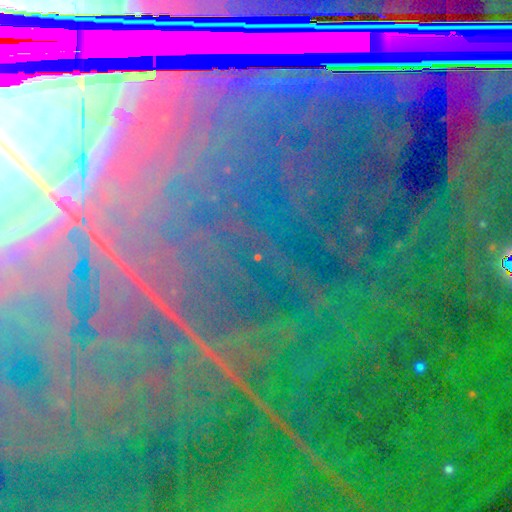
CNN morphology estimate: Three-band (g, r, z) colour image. It shows a star or artifact, not a galaxy (88%).